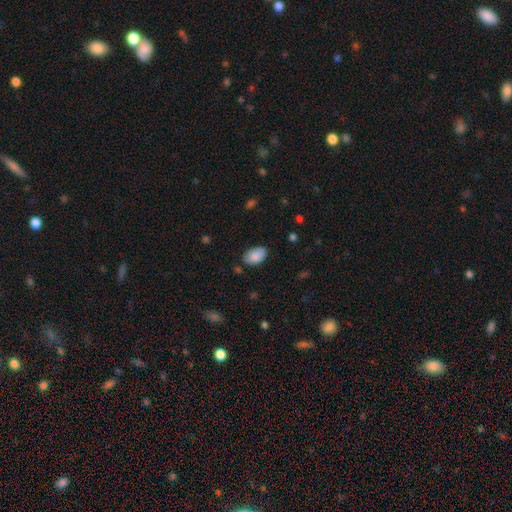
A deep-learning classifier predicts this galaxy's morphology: Smooth or featured: smooth — 85% (featured or disk — 8%)
How rounded: in between — 91% (round — 7%)
Merging: none — 76% (minor disturbance — 19%)